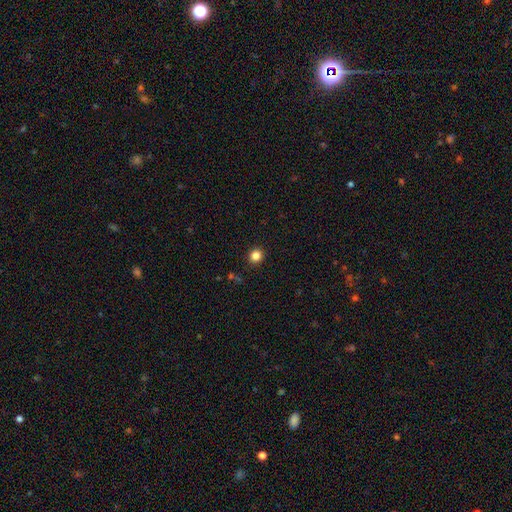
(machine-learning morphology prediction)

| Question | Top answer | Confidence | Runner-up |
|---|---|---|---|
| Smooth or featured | smooth | 84% | star or artifact (12%) |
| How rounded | round | 89% | in between (10%) |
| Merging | none | 92% | minor disturbance (5%) |